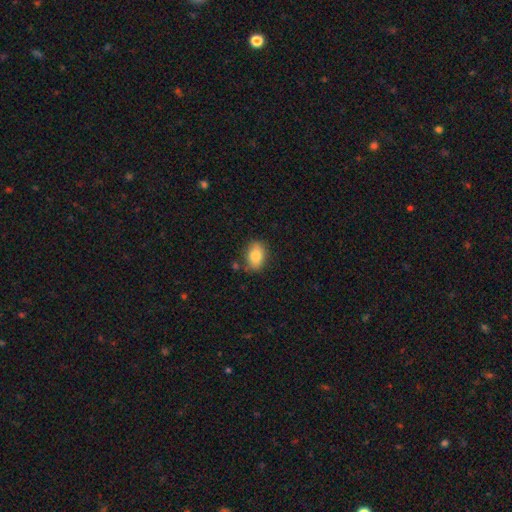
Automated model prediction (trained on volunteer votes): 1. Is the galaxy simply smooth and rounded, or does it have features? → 83% smooth, 9% featured or disk, 8% star or artifact.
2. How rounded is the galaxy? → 83% in between, 16% round, 2% cigar-shaped.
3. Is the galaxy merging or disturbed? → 80% none, 14% minor disturbance, 3% merger, 3% major disturbance.